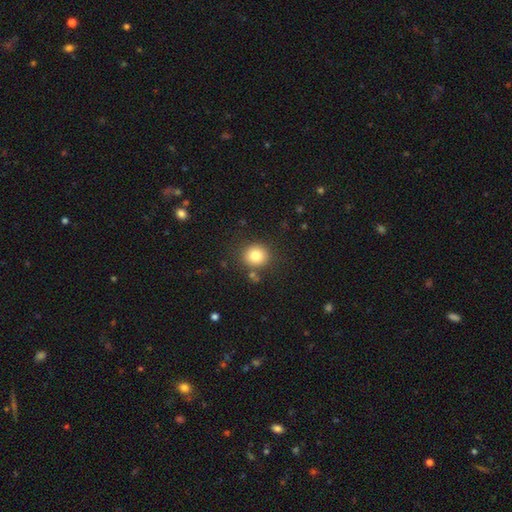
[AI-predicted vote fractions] Smooth or featured? Predicted: smooth (p=0.81). How rounded? Predicted: round (p=0.84). Merging? Predicted: none (p=0.83).